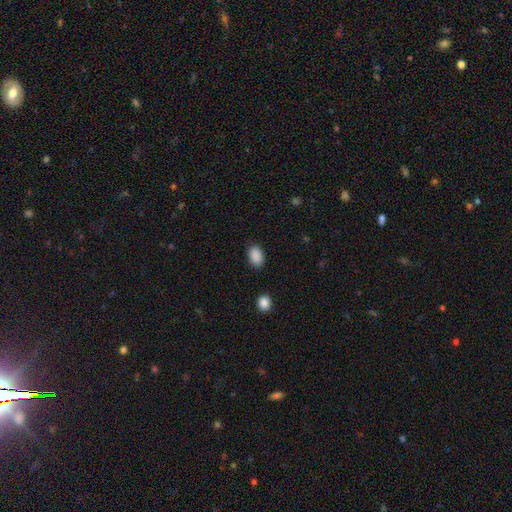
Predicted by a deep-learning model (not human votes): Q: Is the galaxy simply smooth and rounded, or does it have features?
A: smooth — 90%.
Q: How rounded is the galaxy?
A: in between — 87%.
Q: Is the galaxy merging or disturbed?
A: none — 87%.